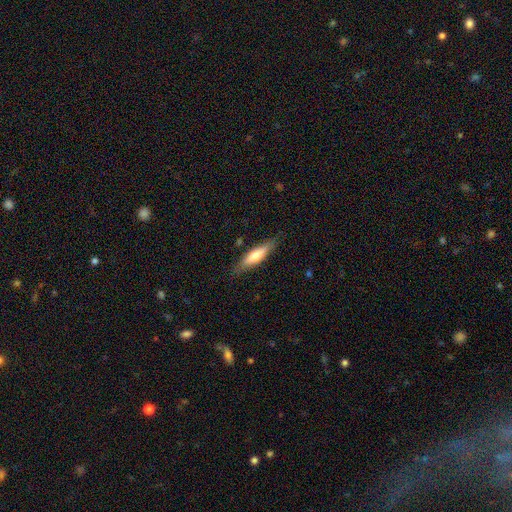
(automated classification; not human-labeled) A smooth galaxy with no disk features (61%) that is cigar-shaped (69%). Merging: none (82%).